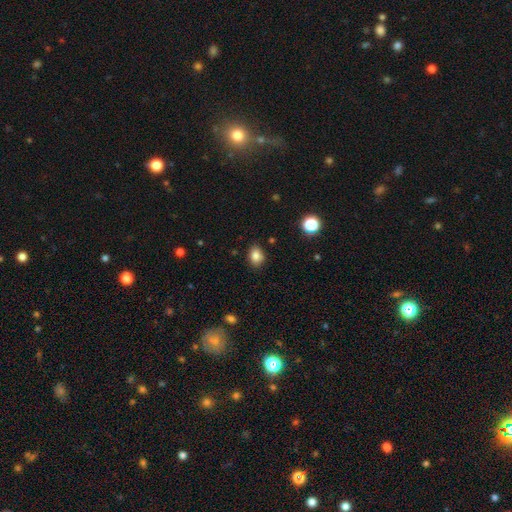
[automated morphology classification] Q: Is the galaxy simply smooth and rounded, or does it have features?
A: smooth — 83%.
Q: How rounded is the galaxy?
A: in between — 63%.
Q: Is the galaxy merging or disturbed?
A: none — 86%.